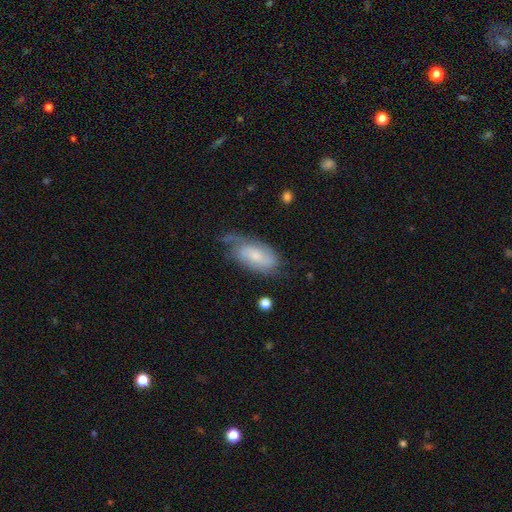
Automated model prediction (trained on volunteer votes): Morphology: type=featured or disk (52%); edge-on=no (92%); merging=none (48%).